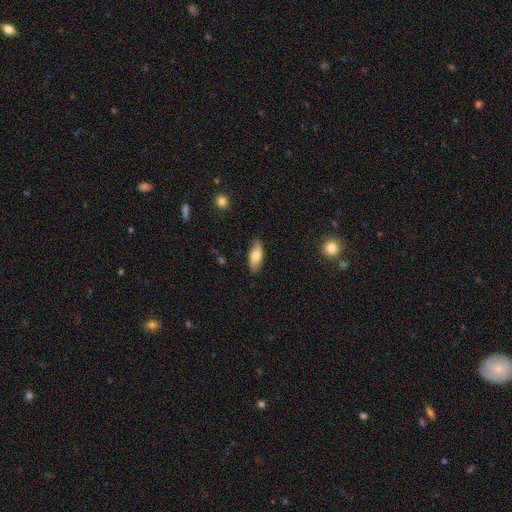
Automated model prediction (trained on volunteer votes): Smooth or featured? smooth (74%)
How rounded? in between (75%)
Merging? none (84%)